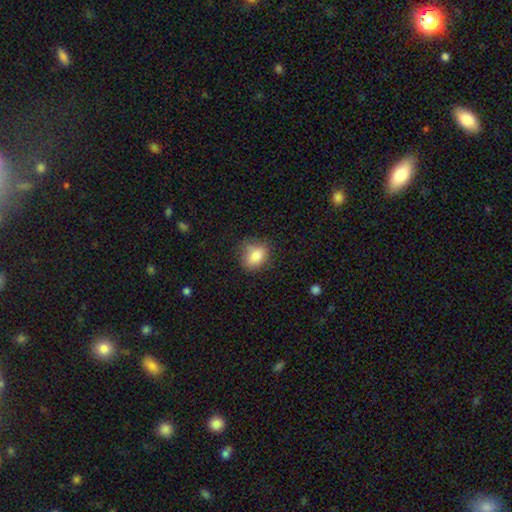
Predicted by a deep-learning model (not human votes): Q: Smooth or featured?
A: smooth (83%); runner-up: star or artifact (9%)
Q: How rounded?
A: in between (59%); runner-up: round (40%)
Q: Merging?
A: none (70%); runner-up: minor disturbance (22%)